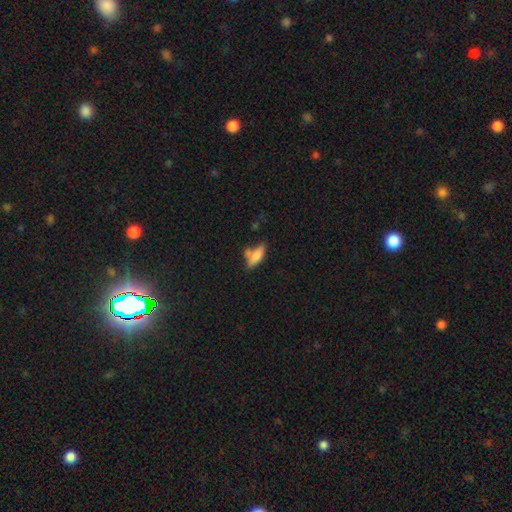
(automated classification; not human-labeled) Q: Smooth or featured?
A: smooth (76%); runner-up: featured or disk (16%)
Q: How rounded?
A: in between (63%); runner-up: cigar-shaped (35%)
Q: Merging?
A: none (47%); runner-up: merger (24%)